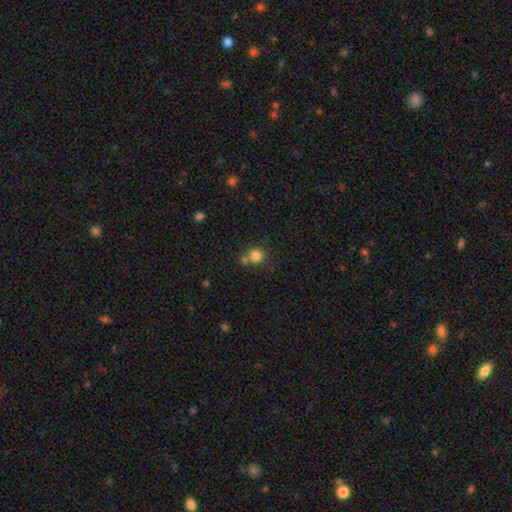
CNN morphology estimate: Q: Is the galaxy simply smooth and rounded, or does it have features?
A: smooth — 81%.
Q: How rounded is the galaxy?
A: round — 88%.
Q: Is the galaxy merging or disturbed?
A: none — 59%.